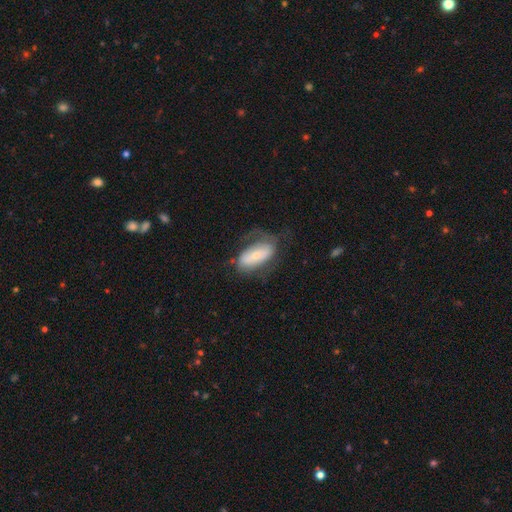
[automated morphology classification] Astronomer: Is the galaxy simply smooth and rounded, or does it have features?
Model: featured or disk — 47% (runner-up: smooth, 46%).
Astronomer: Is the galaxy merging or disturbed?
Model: none — 49% (runner-up: minor disturbance, 25%).